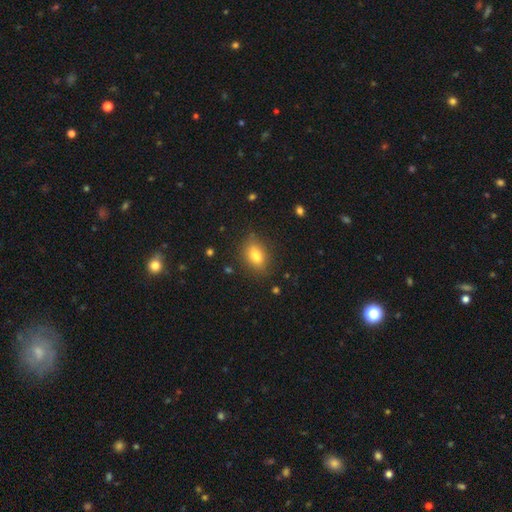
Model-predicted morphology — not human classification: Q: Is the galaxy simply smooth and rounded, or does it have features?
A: smooth — 79%.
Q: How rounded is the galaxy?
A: in between — 84%.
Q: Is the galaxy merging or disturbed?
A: none — 74%.